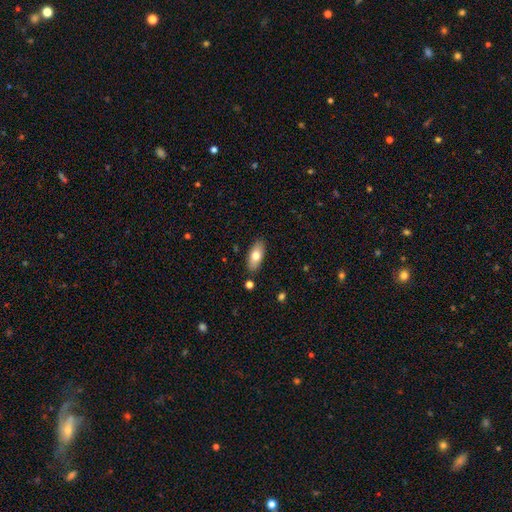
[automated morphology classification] The model was most divided on "smooth or featured": smooth: 74%, featured or disk: 19%, star or artifact: 6%. More confident: merging — none (87%); how rounded — in between (84%).